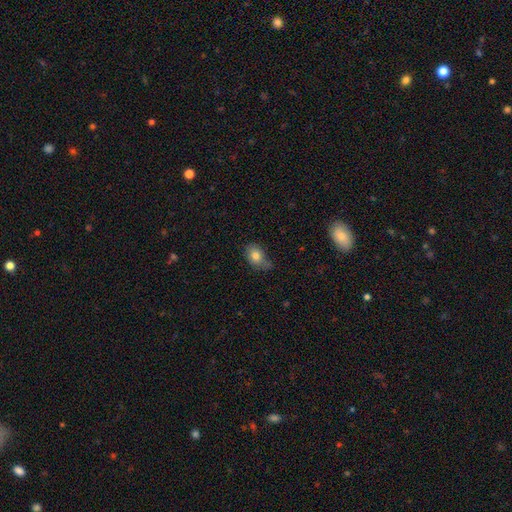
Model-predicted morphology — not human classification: The model was most divided on "merging": none: 55%, minor disturbance: 33%, major disturbance: 7%, merger: 4%. More confident: smooth or featured — smooth (80%); how rounded — in between (74%).